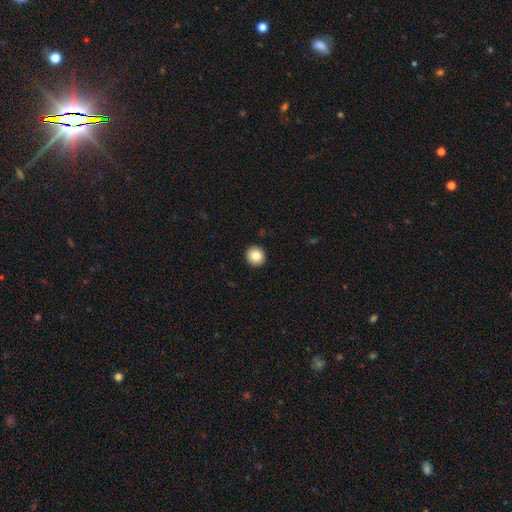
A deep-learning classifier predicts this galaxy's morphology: Smooth or featured: smooth — 84% (star or artifact — 9%)
How rounded: round — 92% (in between — 8%)
Merging: none — 93% (minor disturbance — 5%)